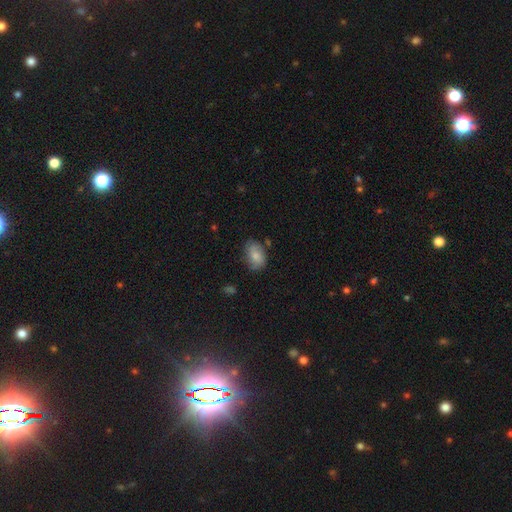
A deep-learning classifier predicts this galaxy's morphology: smooth-or-featured: smooth: 77% | featured or disk: 16% | star or artifact: 7%
  how-rounded: in between: 85% | round: 13% | cigar-shaped: 1%
  merging: none: 66% | minor disturbance: 25% | major disturbance: 6% | merger: 3%